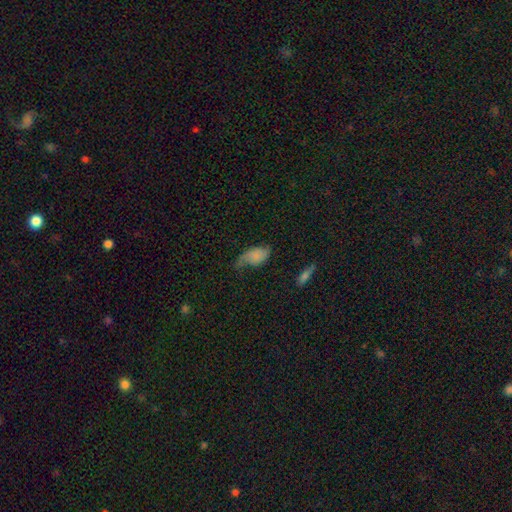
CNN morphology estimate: type=smooth (65%); roundness=in between (91%); merging=minor disturbance (37%).